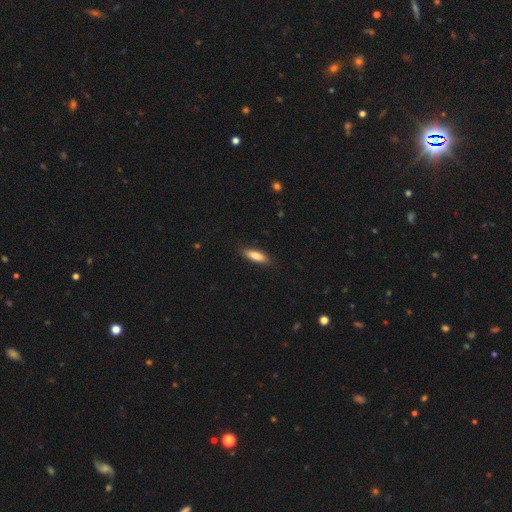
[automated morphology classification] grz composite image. It shows a smooth galaxy with no disk features (79%) that is cigar-shaped (49%, tied with in between). Merging: none (87%).